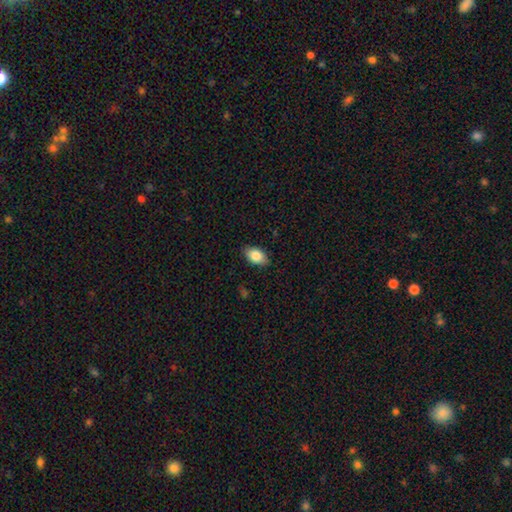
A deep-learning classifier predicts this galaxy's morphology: Smooth or featured?
  - smooth: 83% *
  - featured or disk: 10%
  - star or artifact: 7%
How rounded?
  - in between: 91% *
  - round: 6%
  - cigar-shaped: 2%
Merging?
  - none: 86% *
  - minor disturbance: 11%
  - major disturbance: 2%
  - merger: 1%